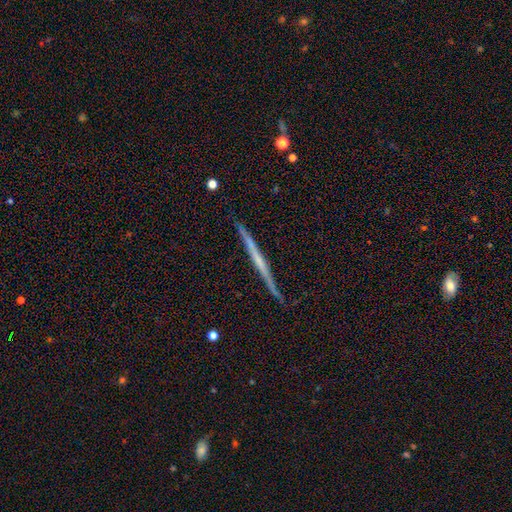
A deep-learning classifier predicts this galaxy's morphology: This appears to be a featured or disk galaxy (68%) viewed edge-on (97%) with no central bulge (56%). Merging: none (91%).